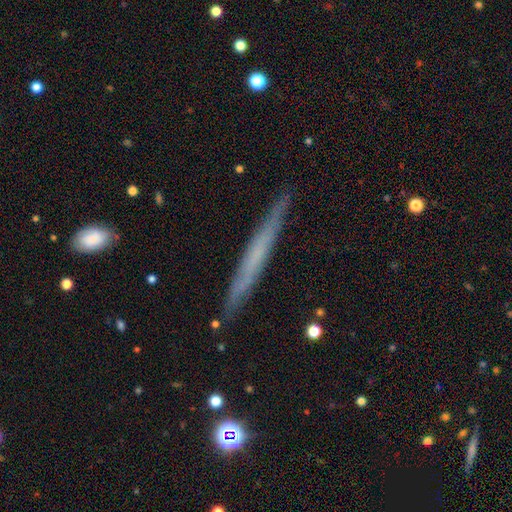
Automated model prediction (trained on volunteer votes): smooth_or_featured: featured or disk (p=0.51) [alt: smooth p=0.41]
disk_edge_on: yes (p=0.95) [alt: no p=0.05]
merging: none (p=0.89) [alt: minor disturbance p=0.08]